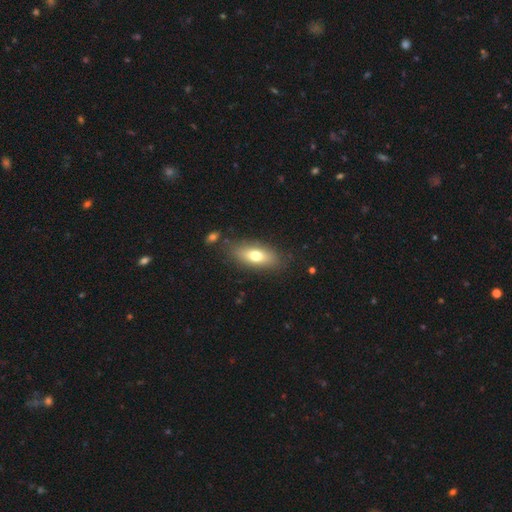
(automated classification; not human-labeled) Smooth or featured?
  - smooth: 69% *
  - featured or disk: 23%
  - star or artifact: 8%
How rounded?
  - in between: 77% *
  - cigar-shaped: 18%
  - round: 5%
Merging?
  - none: 82% *
  - minor disturbance: 11%
  - major disturbance: 3%
  - merger: 3%